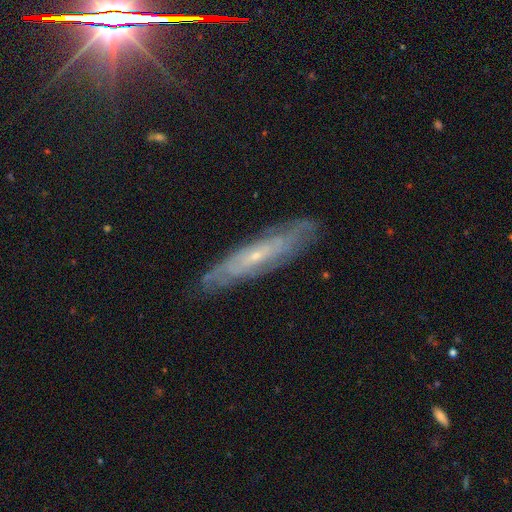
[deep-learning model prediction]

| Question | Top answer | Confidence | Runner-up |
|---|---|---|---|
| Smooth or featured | featured or disk | 74% | smooth (18%) |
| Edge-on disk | no | 58% | yes (42%) |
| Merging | none | 82% | minor disturbance (14%) |